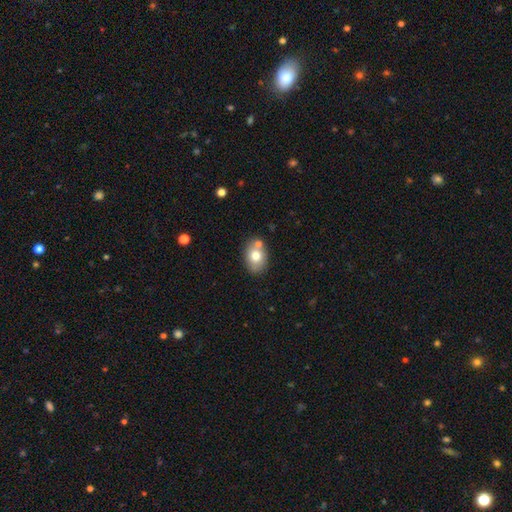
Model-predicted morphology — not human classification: This appears to be a smooth galaxy with no disk features (74%) that is in between round and cigar-shaped (74%). Merging: none (68%).